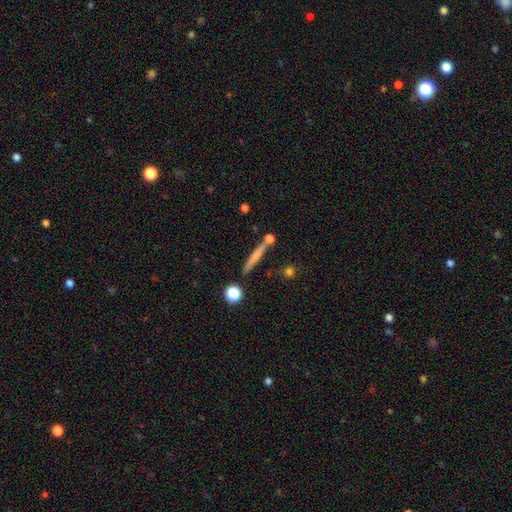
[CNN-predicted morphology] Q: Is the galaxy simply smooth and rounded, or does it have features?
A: smooth — 61%.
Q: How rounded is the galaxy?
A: cigar-shaped — 92%.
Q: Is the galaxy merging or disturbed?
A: none — 79%.